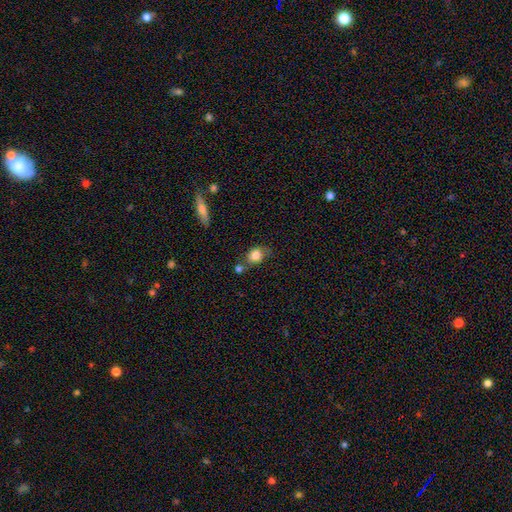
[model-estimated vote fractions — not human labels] smooth-or-featured: smooth: 82% | star or artifact: 9% | featured or disk: 9%
  how-rounded: round: 53% | in between: 46% | cigar-shaped: 2%
  merging: none: 55% | merger: 19% | minor disturbance: 19% | major disturbance: 7%